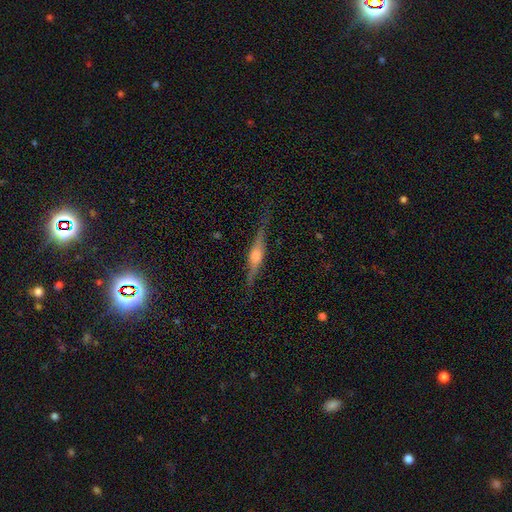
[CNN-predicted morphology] The model was most divided on "smooth or featured": featured or disk: 78%, smooth: 15%, star or artifact: 6%. More confident: edge-on disk — yes (98%); edge-on bulge — rounded (87%); merging — none (85%).